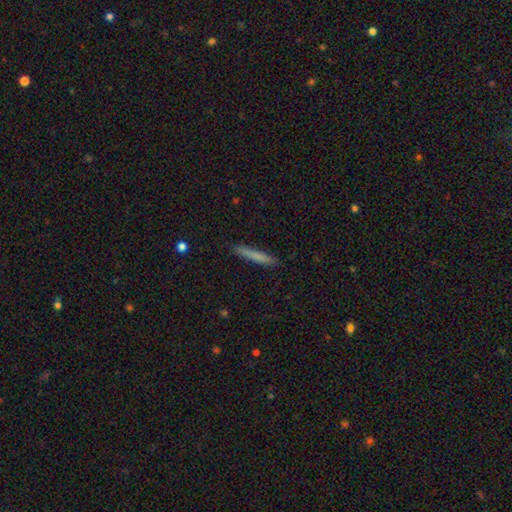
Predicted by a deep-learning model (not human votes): smooth 75%, featured or disk 19%, star or artifact 6%. Down the decision tree: how rounded — cigar-shaped (96%); merging — none (89%).